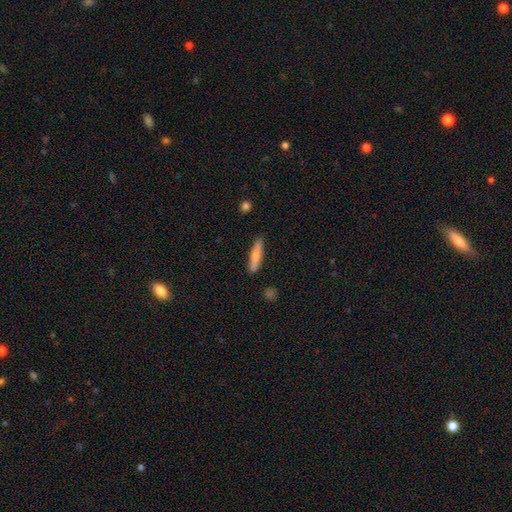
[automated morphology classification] Smooth or featured: smooth — 73% (featured or disk — 21%)
How rounded: cigar-shaped — 84% (in between — 14%)
Merging: none — 87% (minor disturbance — 10%)